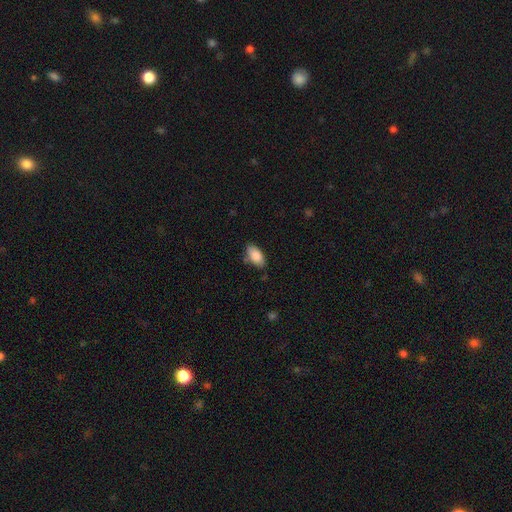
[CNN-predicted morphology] Smooth or featured? smooth (86%)
How rounded? in between (93%)
Merging? none (76%)